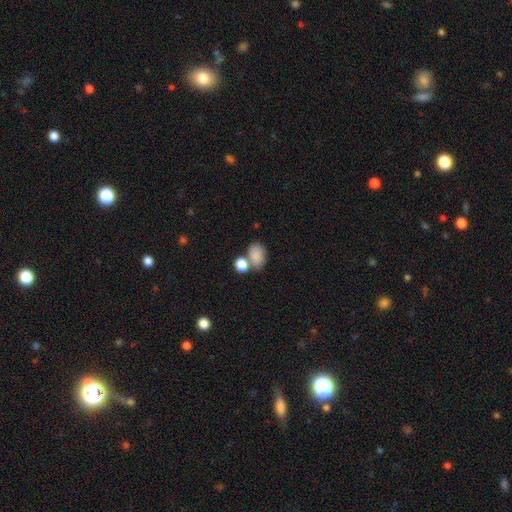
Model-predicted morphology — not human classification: smooth-or-featured: smooth: 84% | star or artifact: 9% | featured or disk: 7%
  how-rounded: in between: 81% | round: 18% | cigar-shaped: 1%
  merging: none: 53% | merger: 28% | minor disturbance: 13% | major disturbance: 5%